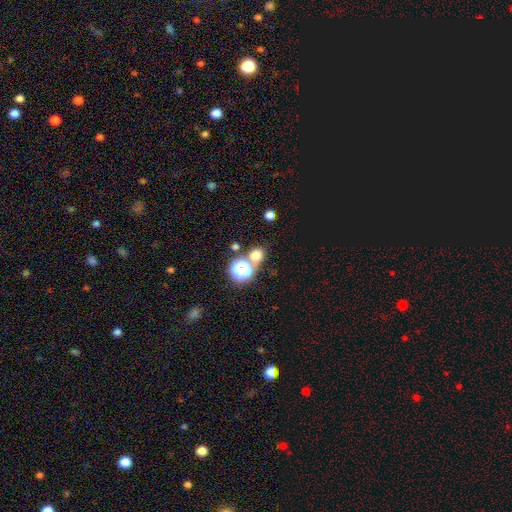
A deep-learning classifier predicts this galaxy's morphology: Smooth or featured? Predicted: smooth (p=0.68). How rounded? Predicted: round (p=0.84). Merging? Predicted: none (p=0.65).